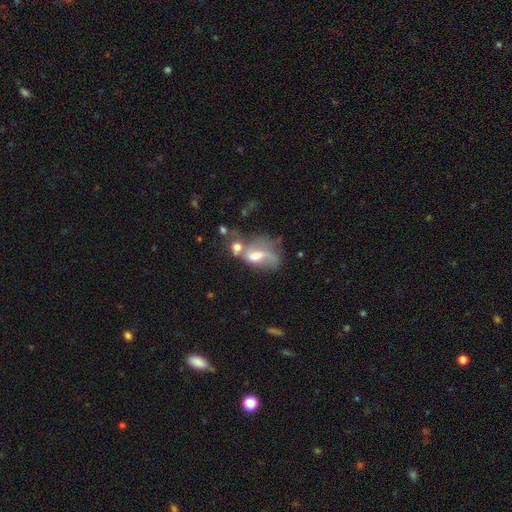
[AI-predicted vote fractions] Q: Smooth or featured?
A: featured or disk (51%); runner-up: smooth (37%)
Q: Edge-on disk?
A: no (95%); runner-up: yes (5%)
Q: Merging?
A: merger (43%); runner-up: major disturbance (27%)